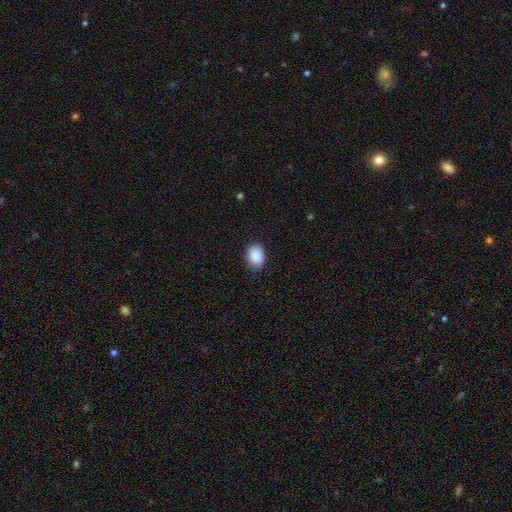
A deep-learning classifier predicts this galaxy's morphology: Smooth or featured?
  - smooth: 90% *
  - star or artifact: 7%
  - featured or disk: 3%
How rounded?
  - in between: 70% *
  - round: 29%
  - cigar-shaped: 1%
Merging?
  - none: 81% *
  - minor disturbance: 15%
  - major disturbance: 3%
  - merger: 1%